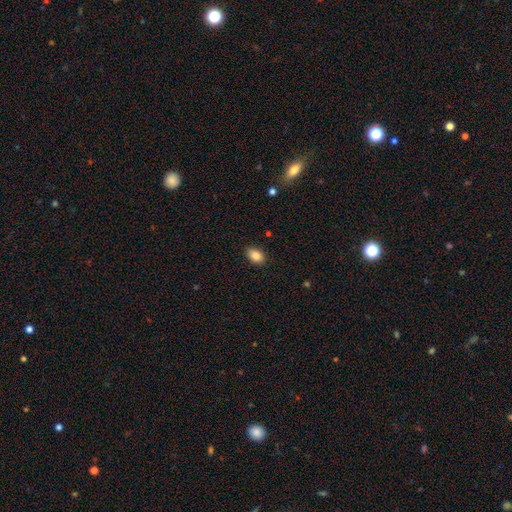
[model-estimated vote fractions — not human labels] Smooth or featured?
  - smooth: 86% *
  - star or artifact: 9%
  - featured or disk: 5%
How rounded?
  - in between: 82% *
  - round: 17%
  - cigar-shaped: 1%
Merging?
  - none: 88% *
  - minor disturbance: 9%
  - major disturbance: 2%
  - merger: 1%